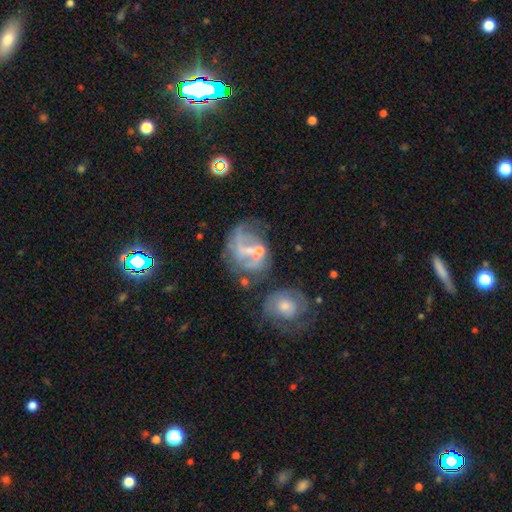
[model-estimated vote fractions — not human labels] Smooth or featured: featured or disk — 66% (smooth — 19%)
Edge-on disk: no — 97% (yes — 3%)
Bar: no — 43% (weak — 39%)
Spiral arms: yes — 70% (no — 30%)
Bulge size: small — 48% (none — 30%)
Merging: none — 39% (major disturbance — 22%)